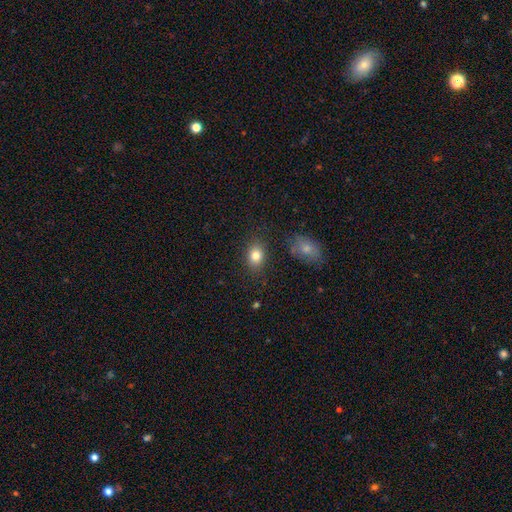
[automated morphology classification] Smooth or featured?
  - smooth: 83% *
  - star or artifact: 10%
  - featured or disk: 8%
How rounded?
  - in between: 65% *
  - round: 34%
  - cigar-shaped: 1%
Merging?
  - none: 82% *
  - minor disturbance: 11%
  - major disturbance: 3%
  - merger: 3%